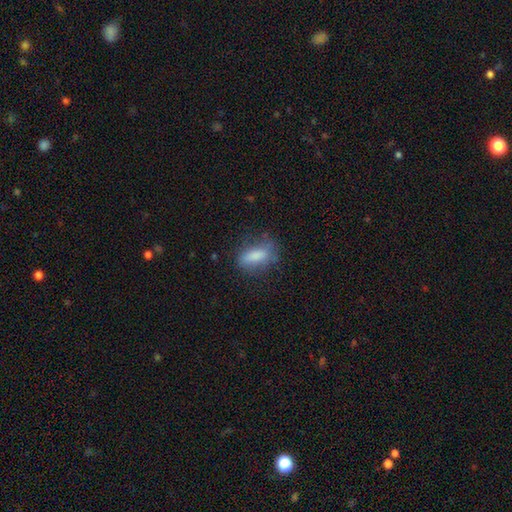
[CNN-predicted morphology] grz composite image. It shows a smooth galaxy with no disk features (78%) that is in between round and cigar-shaped (70%). Merging: none (66%).